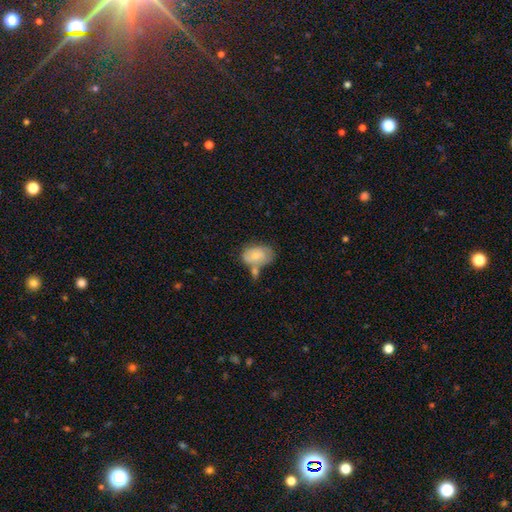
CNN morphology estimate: A smooth galaxy with no disk features (73%) that is in between round and cigar-shaped (86%).

Vote fractions:
- Smooth or featured? smooth: 73% / featured or disk: 21% / star or artifact: 7%
- How rounded? in between: 86% / round: 13% / cigar-shaped: 1%
- Merging? none: 34% / merger: 33% / minor disturbance: 23% / major disturbance: 10%